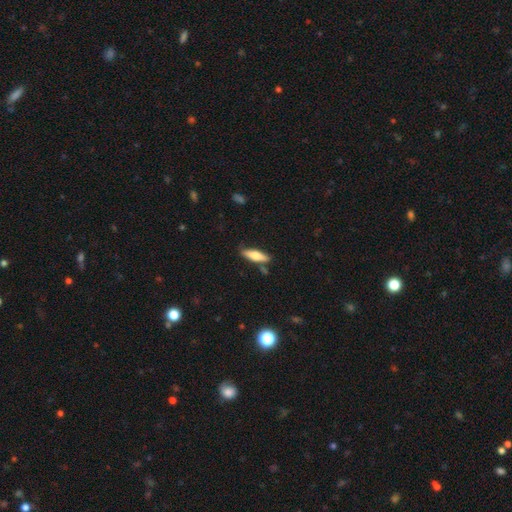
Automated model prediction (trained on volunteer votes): This appears to be a smooth galaxy with no disk features (66%) that is cigar-shaped (55%). Merging: none (77%).